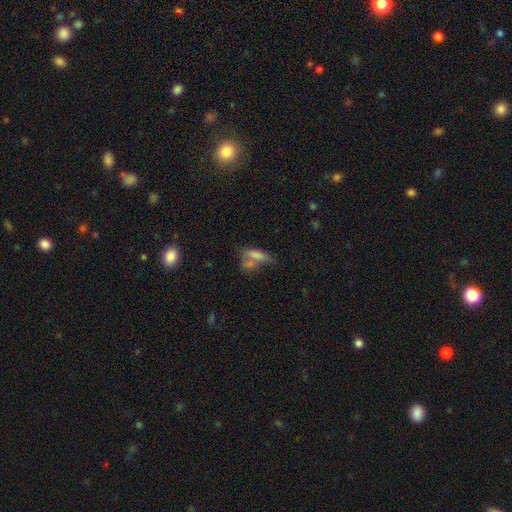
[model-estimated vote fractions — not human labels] The model was most divided on "merging": merger: 45%, none: 30%, minor disturbance: 14%, major disturbance: 11%. More confident: smooth or featured — smooth (67%); how rounded — in between (58%).